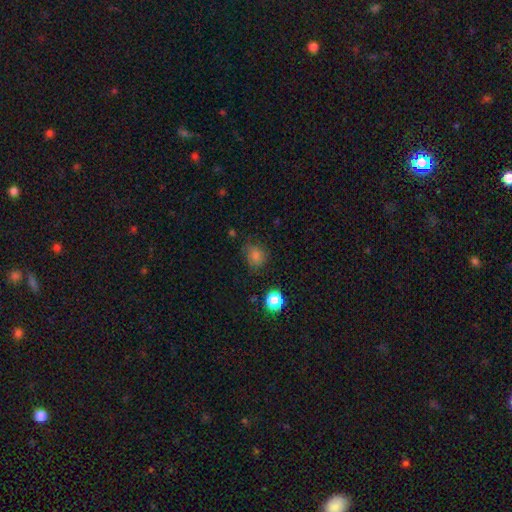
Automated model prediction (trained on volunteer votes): smooth_or_featured: smooth (p=0.77) [alt: star or artifact p=0.16]
how_rounded: round (p=0.70) [alt: in between p=0.29]
merging: none (p=0.69) [alt: minor disturbance p=0.23]